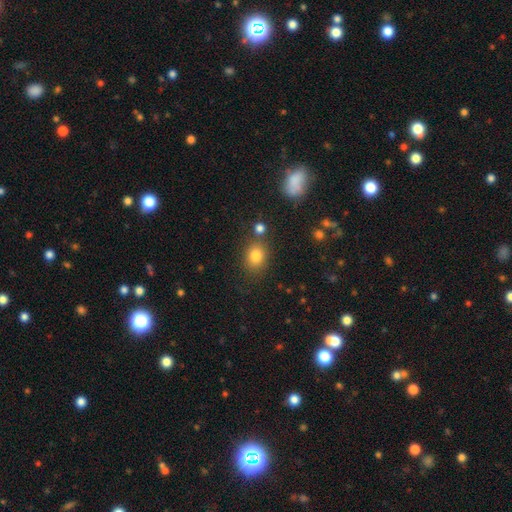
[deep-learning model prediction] A smooth galaxy with no disk features (81%) that is round (52%).

Vote fractions:
- Smooth or featured? smooth: 81% / star or artifact: 12% / featured or disk: 7%
- How rounded? round: 52% / in between: 46% / cigar-shaped: 1%
- Merging? none: 74% / minor disturbance: 11% / merger: 11% / major disturbance: 4%